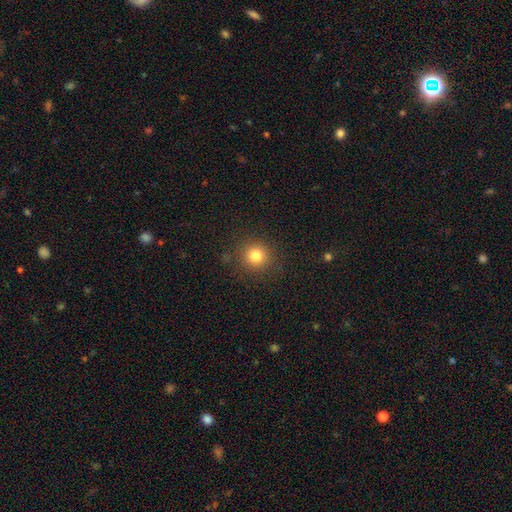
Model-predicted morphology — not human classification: The model was most divided on "smooth or featured": smooth: 81%, star or artifact: 13%, featured or disk: 6%. More confident: how rounded — round (93%); merging — none (88%).